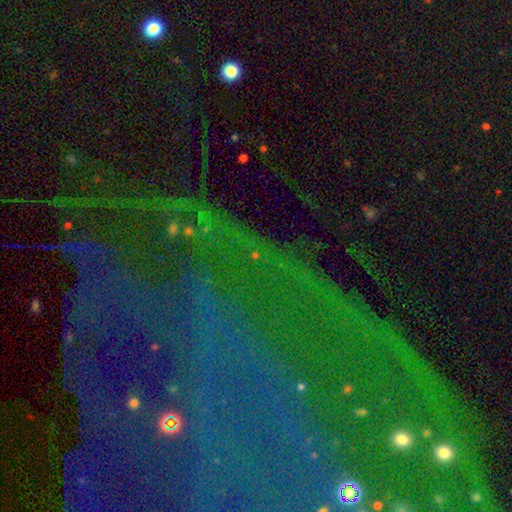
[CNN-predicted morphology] Overall: star or artifact (76%).